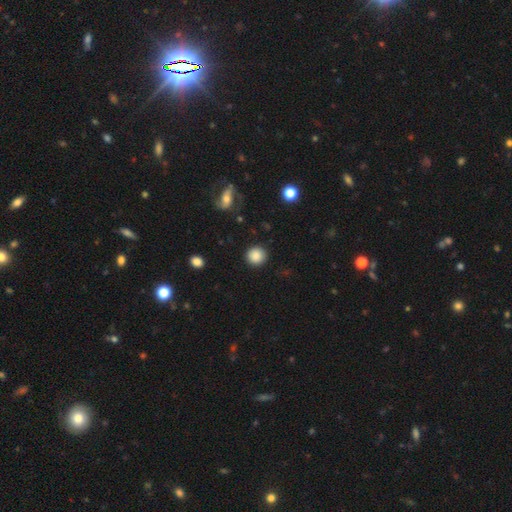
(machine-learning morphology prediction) A smooth galaxy with no disk features (86%) that is round (93%).

Vote fractions:
- Smooth or featured? smooth: 86% / star or artifact: 9% / featured or disk: 5%
- How rounded? round: 93% / in between: 6% / cigar-shaped: 1%
- Merging? none: 90% / minor disturbance: 6% / major disturbance: 2% / merger: 1%